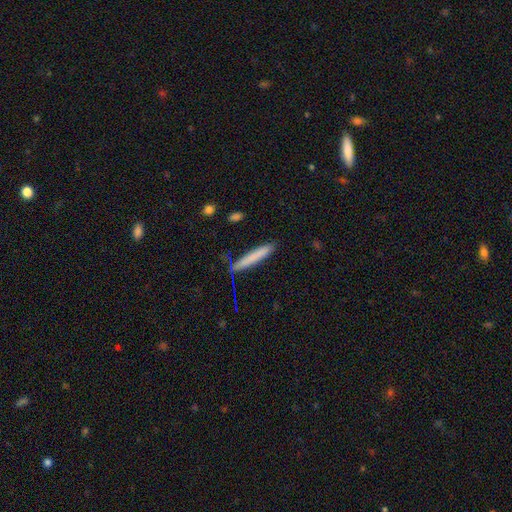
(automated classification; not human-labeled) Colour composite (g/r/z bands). It shows a smooth galaxy with no disk features (77%) that is cigar-shaped (94%). Merging: none (80%).